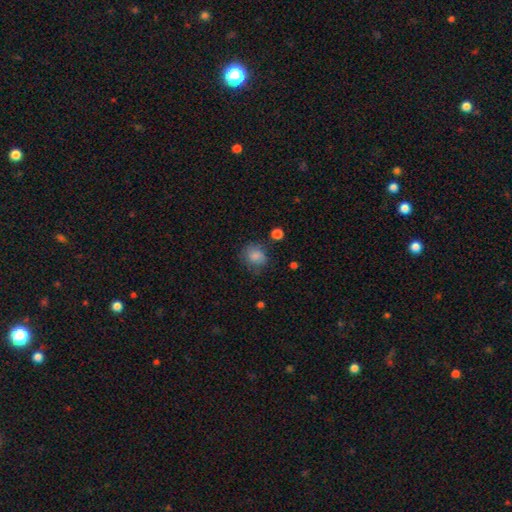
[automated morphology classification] smooth 84%, star or artifact 9%, featured or disk 7%. Down the decision tree: how rounded — round (77%); merging — none (69%).